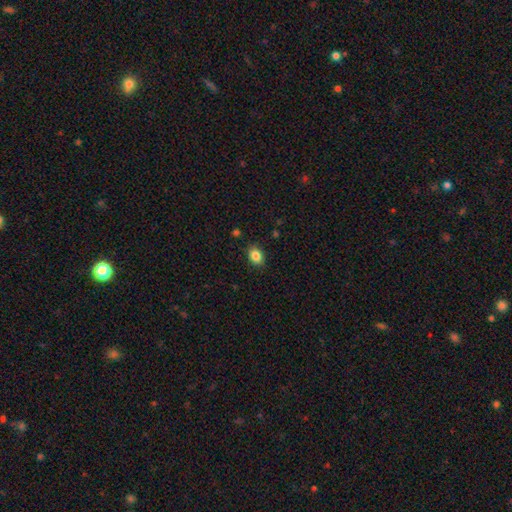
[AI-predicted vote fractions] smooth-or-featured: smooth: 85% | star or artifact: 10% | featured or disk: 5%
  how-rounded: in between: 69% | round: 30% | cigar-shaped: 1%
  merging: none: 87% | minor disturbance: 9% | major disturbance: 2% | merger: 1%